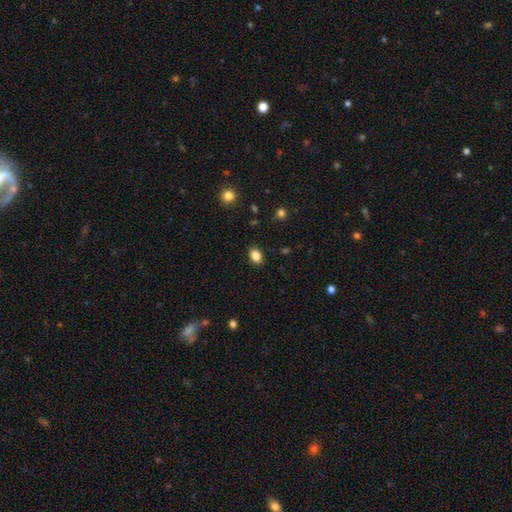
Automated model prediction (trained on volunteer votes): smooth 85%, star or artifact 10%, featured or disk 5%. Down the decision tree: how rounded — in between (73%); merging — none (88%).